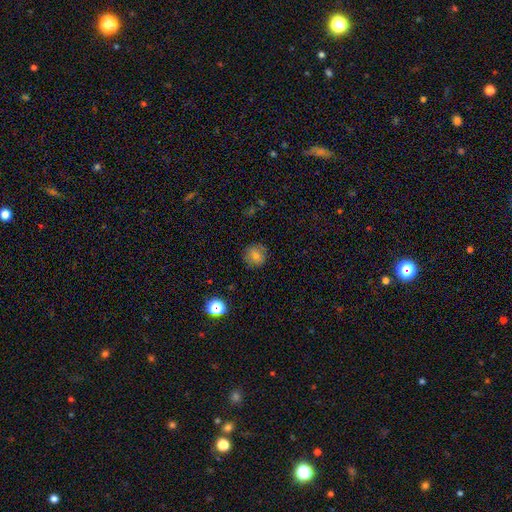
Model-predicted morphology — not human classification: smooth-or-featured: smooth: 75% | star or artifact: 13% | featured or disk: 12%
  how-rounded: round: 91% | in between: 8% | cigar-shaped: 1%
  merging: none: 86% | minor disturbance: 10% | major disturbance: 3% | merger: 1%